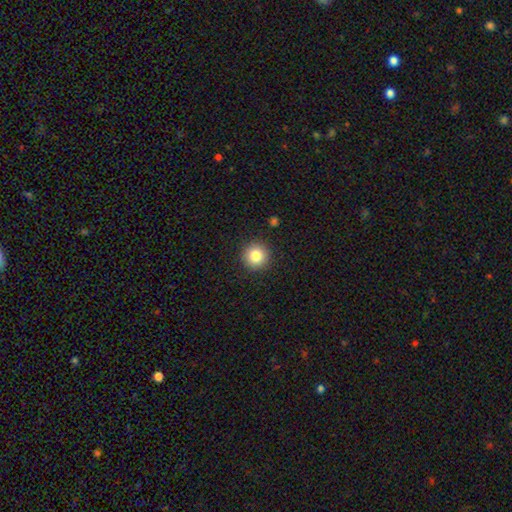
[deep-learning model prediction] smooth_or_featured: smooth (p=0.84) [alt: star or artifact p=0.10]
how_rounded: round (p=0.95) [alt: in between p=0.04]
merging: none (p=0.91) [alt: minor disturbance p=0.06]